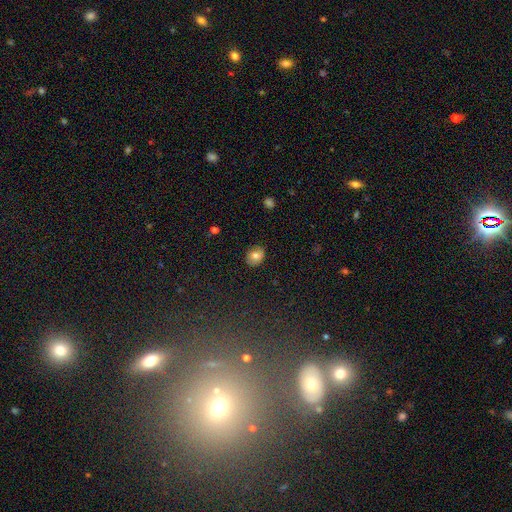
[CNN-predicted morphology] Smooth or featured? smooth (75%)
How rounded? round (58%)
Merging? none (85%)